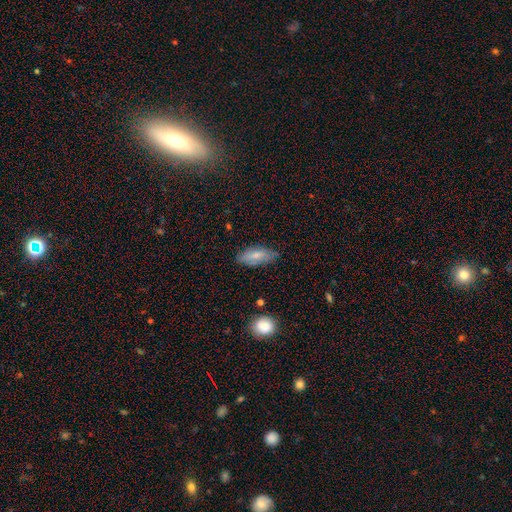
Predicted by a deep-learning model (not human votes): This is likely a smooth galaxy (72%). How rounded: clearly in between (84%). Merging: likely none (77%).